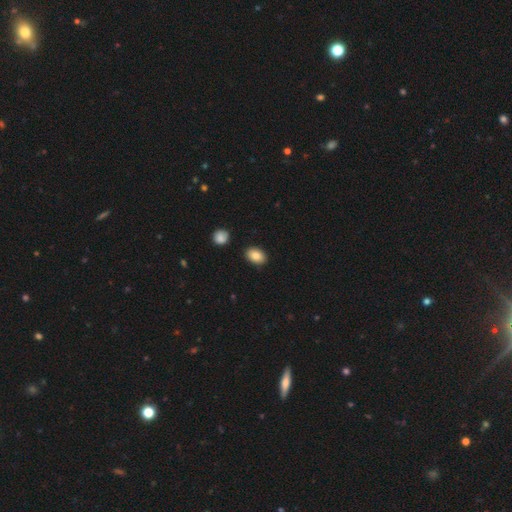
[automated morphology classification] Smooth or featured: smooth — 86% (star or artifact — 8%)
How rounded: in between — 78% (round — 21%)
Merging: none — 88% (minor disturbance — 8%)